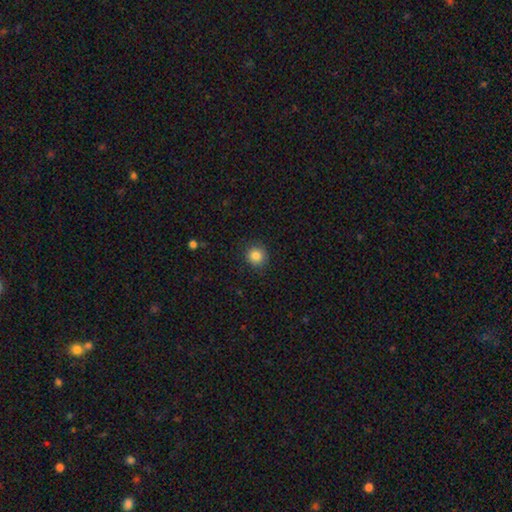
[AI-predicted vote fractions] Morphology: type=smooth (85%); roundness=round (92%); merging=none (88%).